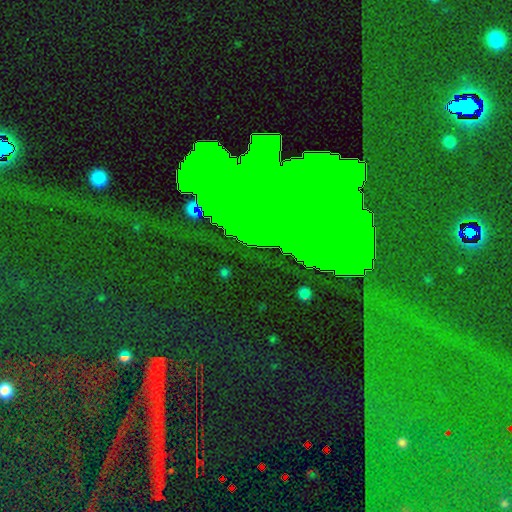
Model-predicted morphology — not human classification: smooth-or-featured: star or artifact: 81% | smooth: 10% | featured or disk: 10%